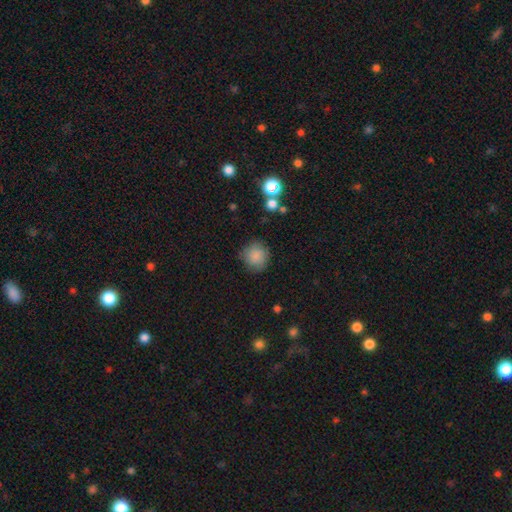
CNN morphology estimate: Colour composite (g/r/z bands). It shows a smooth galaxy with no disk features (86%) that is round (91%). Merging: none (83%).